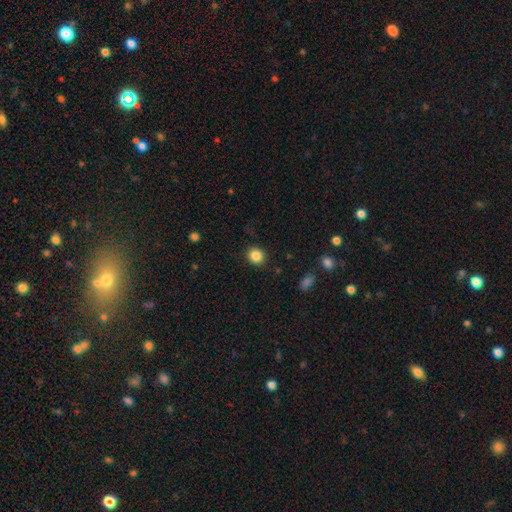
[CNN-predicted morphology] Smooth or featured?
  - smooth: 86% *
  - star or artifact: 10%
  - featured or disk: 4%
How rounded?
  - round: 85% *
  - in between: 14%
  - cigar-shaped: 1%
Merging?
  - none: 90% *
  - minor disturbance: 7%
  - major disturbance: 2%
  - merger: 1%